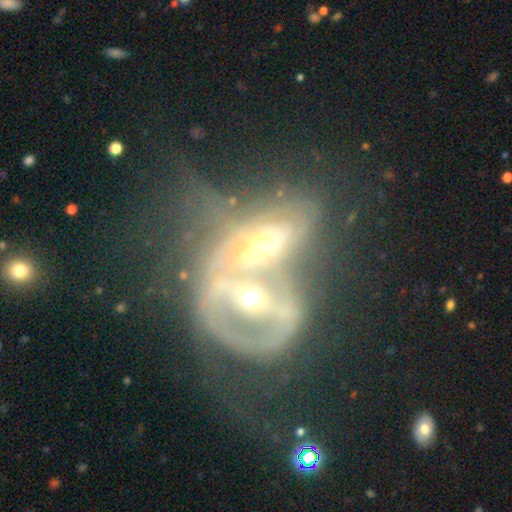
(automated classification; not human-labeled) This is likely a featured or disk galaxy (79%). It is clearly not viewed edge-on (89%). Bar: marginally no (37%). Spiral arm pattern: likely yes (61%). Central bulge: possibly moderate (54%). Merging: likely merger (77%).